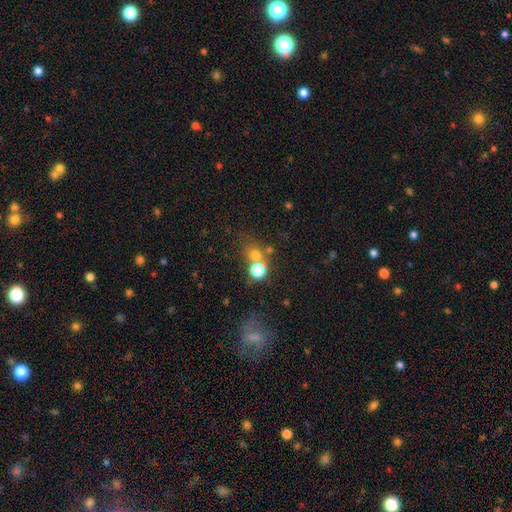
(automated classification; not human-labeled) Overall: smooth (68%). How rounded: round (76%). Merging: none (45%; merger 40%).